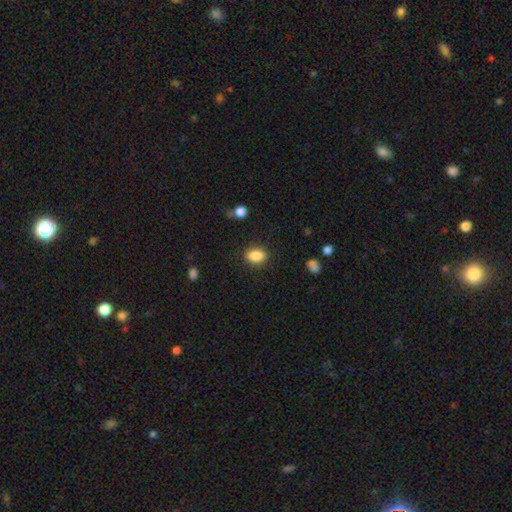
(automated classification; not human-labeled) Smooth or featured?
  - smooth: 87% *
  - star or artifact: 8%
  - featured or disk: 4%
How rounded?
  - in between: 79% *
  - round: 19%
  - cigar-shaped: 2%
Merging?
  - none: 86% *
  - minor disturbance: 9%
  - major disturbance: 3%
  - merger: 2%